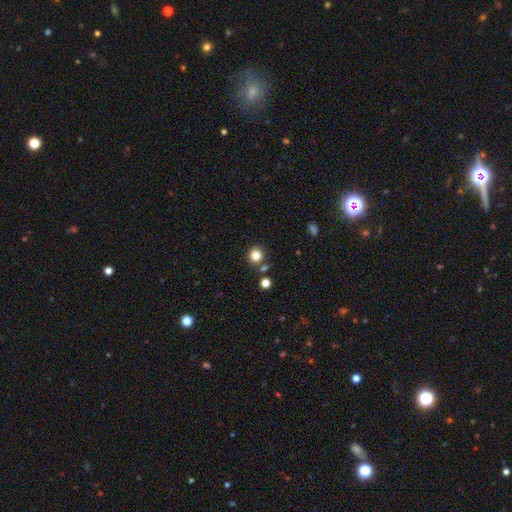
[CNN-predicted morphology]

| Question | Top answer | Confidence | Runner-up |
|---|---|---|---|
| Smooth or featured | smooth | 81% | star or artifact (13%) |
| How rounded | round | 89% | in between (10%) |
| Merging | none | 81% | merger (8%) |